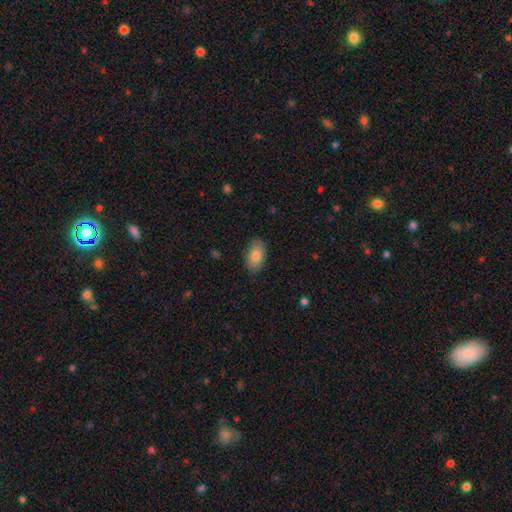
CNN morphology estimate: Smooth or featured? Predicted: smooth (p=0.82). How rounded? Predicted: in between (p=0.93). Merging? Predicted: none (p=0.87).